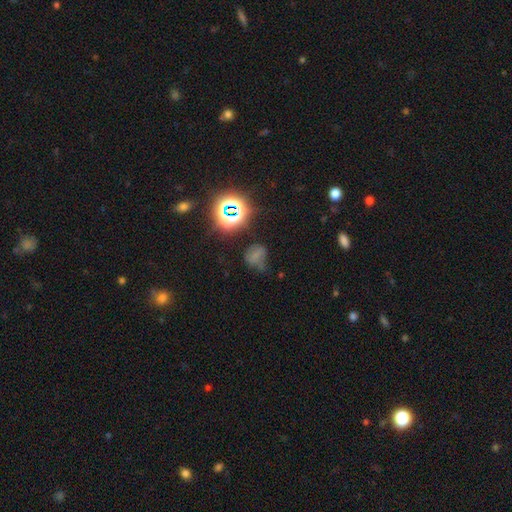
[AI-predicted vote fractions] A smooth galaxy with no disk features (47%). Merging: none (46%).